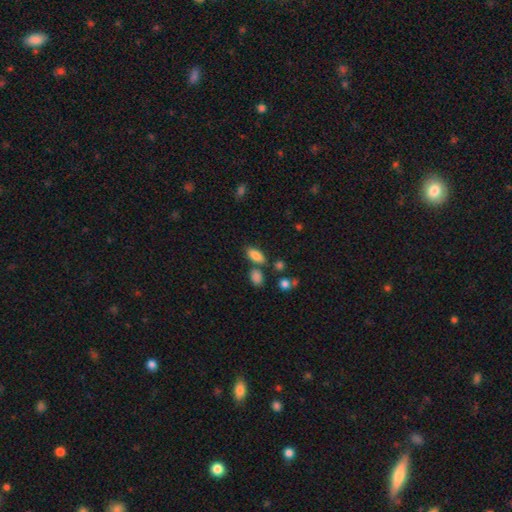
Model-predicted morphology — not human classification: type=smooth (84%); roundness=in between (84%); merging=none (70%).